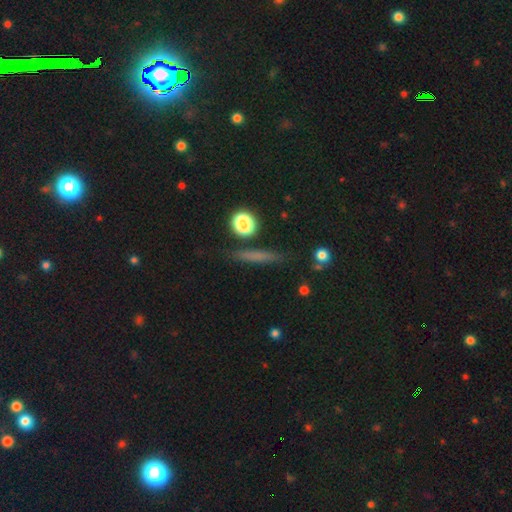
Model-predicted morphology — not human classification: A smooth galaxy with no disk features (62%) that is cigar-shaped (85%).

Vote fractions:
- Smooth or featured? smooth: 62% / featured or disk: 26% / star or artifact: 13%
- How rounded? cigar-shaped: 85% / in between: 8% / round: 7%
- Merging? none: 84% / minor disturbance: 11% / major disturbance: 3% / merger: 3%